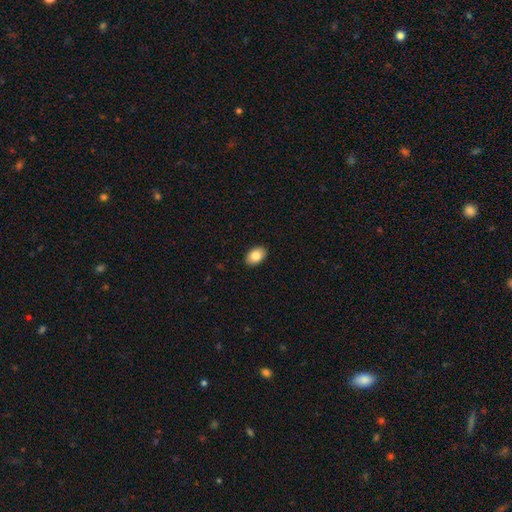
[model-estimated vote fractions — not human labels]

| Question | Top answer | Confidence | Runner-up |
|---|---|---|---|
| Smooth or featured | smooth | 83% | featured or disk (9%) |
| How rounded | in between | 88% | round (11%) |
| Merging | none | 91% | minor disturbance (7%) |